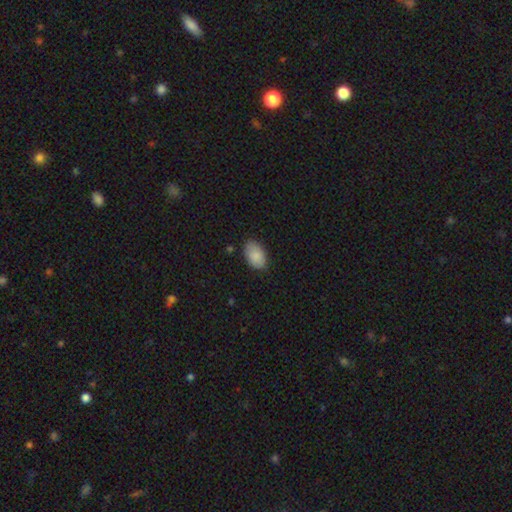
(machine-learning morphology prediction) type=smooth (88%); roundness=in between (91%); merging=none (81%).